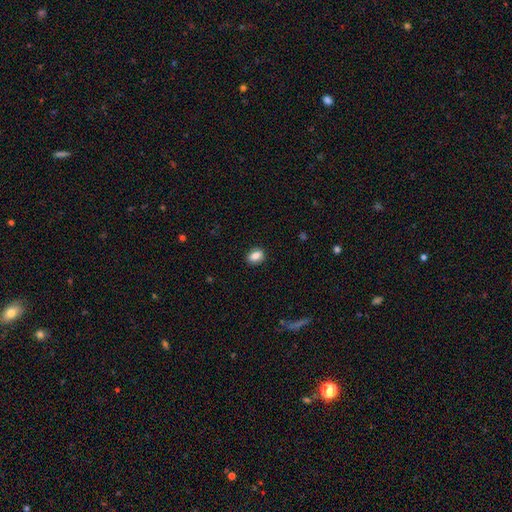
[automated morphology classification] Smooth or featured? Predicted: smooth (p=0.84). How rounded? Predicted: in between (p=0.71). Merging? Predicted: none (p=0.87).